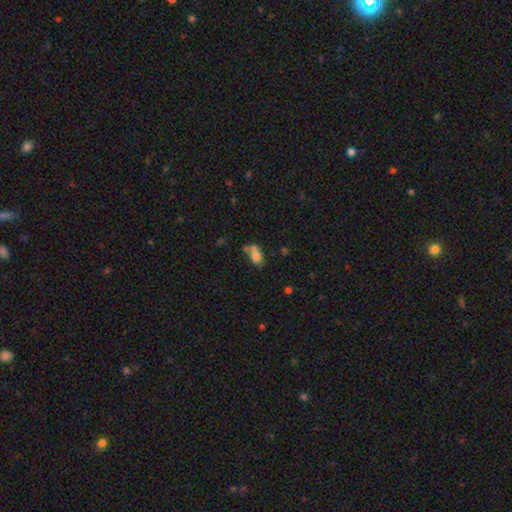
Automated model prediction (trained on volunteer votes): Q: Smooth or featured?
A: smooth (71%); runner-up: featured or disk (18%)
Q: How rounded?
A: in between (77%); runner-up: round (20%)
Q: Merging?
A: merger (40%); runner-up: none (34%)